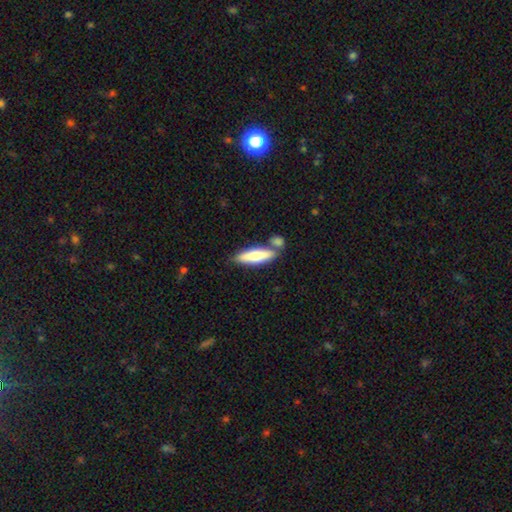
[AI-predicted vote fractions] Overall: smooth (70%). How rounded: cigar-shaped (65%; in between 33%). Merging: none (63%).